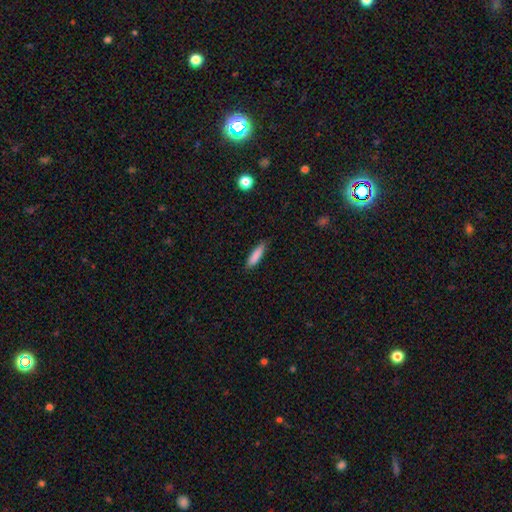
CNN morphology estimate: smooth 86%, featured or disk 8%, star or artifact 6%. Down the decision tree: how rounded — cigar-shaped (70%); merging — none (82%).